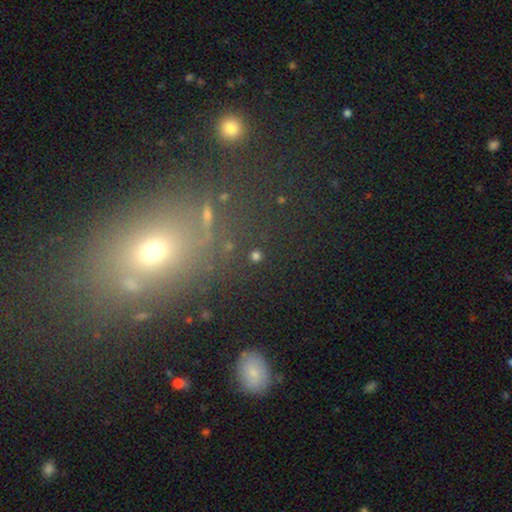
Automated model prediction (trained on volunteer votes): This is likely a smooth galaxy (67%). How rounded: clearly round (93%). Merging: clearly none (87%).